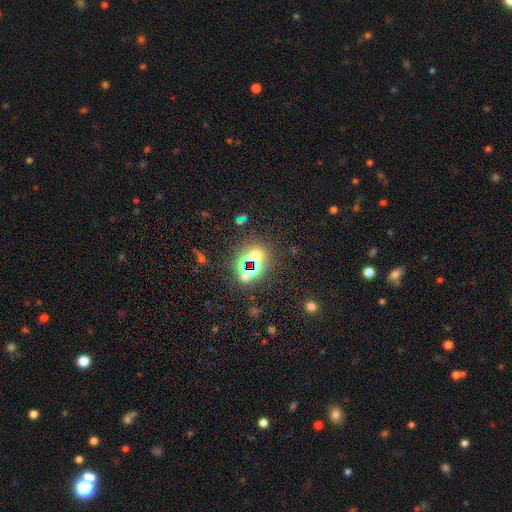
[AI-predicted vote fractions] Smooth or featured?
  - star or artifact: 59% *
  - smooth: 31%
  - featured or disk: 10%